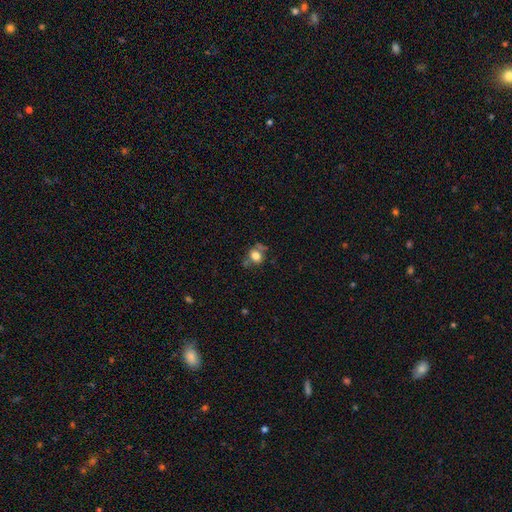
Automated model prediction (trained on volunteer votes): This appears to be a smooth galaxy with no disk features (71%) that is round (62%). Merging: none (53%).